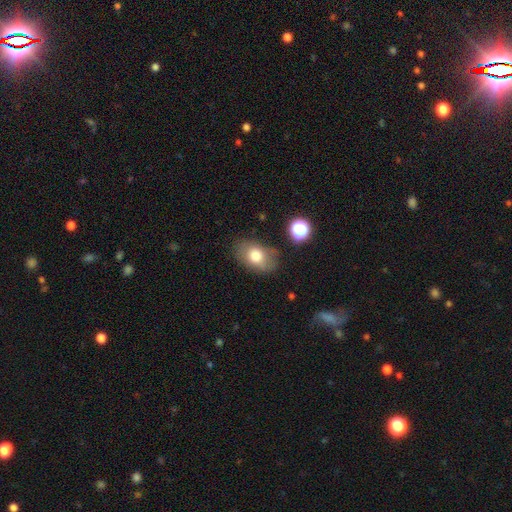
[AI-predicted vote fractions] A smooth galaxy with no disk features (74%) that is in between round and cigar-shaped (82%). Merging: none (74%).